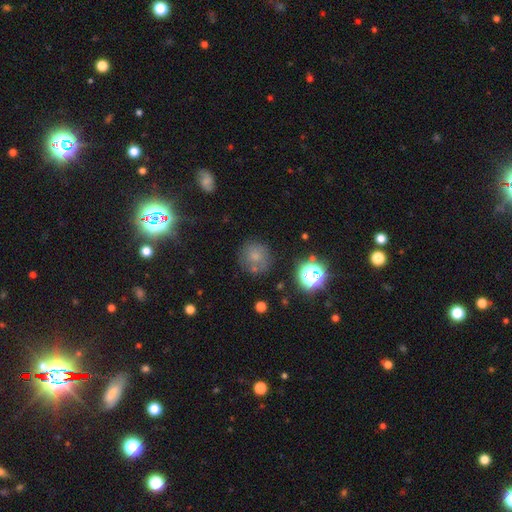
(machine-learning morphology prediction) The model was most divided on "smooth or featured": smooth: 66%, star or artifact: 20%, featured or disk: 14%. More confident: how rounded — round (90%); merging — none (70%).